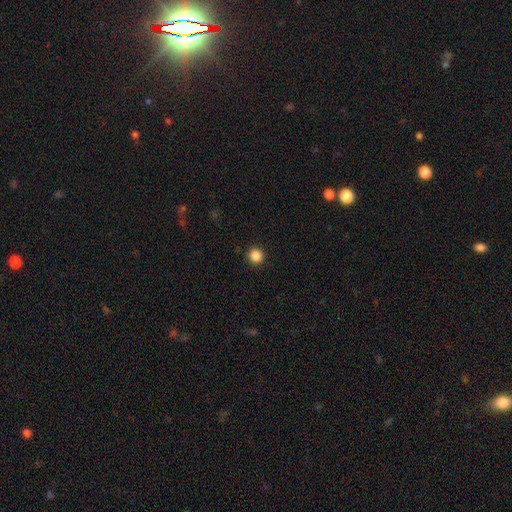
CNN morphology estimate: smooth_or_featured: smooth (p=0.86) [alt: star or artifact p=0.11]
how_rounded: round (p=0.96) [alt: in between p=0.03]
merging: none (p=0.93) [alt: minor disturbance p=0.05]